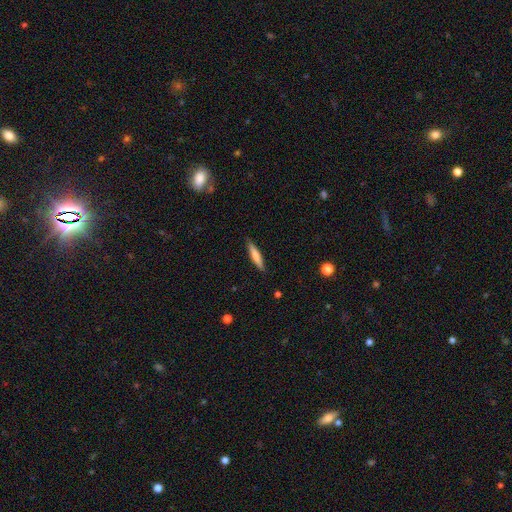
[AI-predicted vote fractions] Smooth or featured? Predicted: smooth (p=0.71). How rounded? Predicted: cigar-shaped (p=0.90). Merging? Predicted: none (p=0.89).